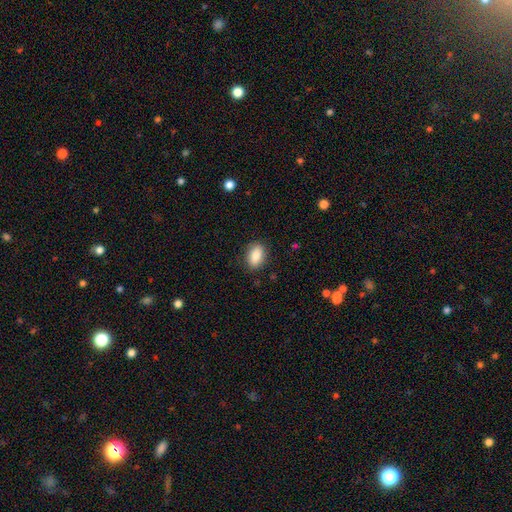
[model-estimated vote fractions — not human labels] Smooth or featured?
  - smooth: 88% *
  - star or artifact: 7%
  - featured or disk: 5%
How rounded?
  - in between: 88% *
  - round: 9%
  - cigar-shaped: 3%
Merging?
  - none: 86% *
  - minor disturbance: 10%
  - major disturbance: 3%
  - merger: 1%